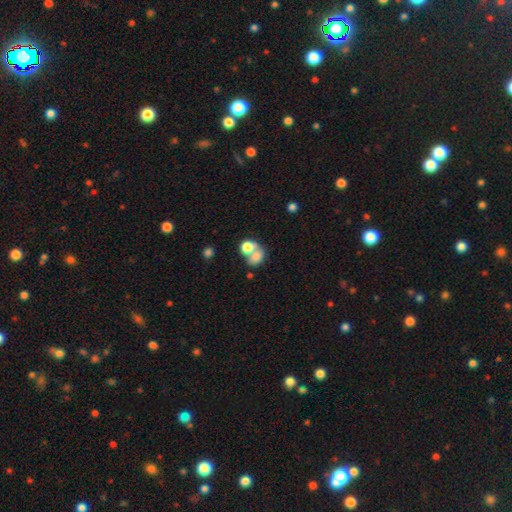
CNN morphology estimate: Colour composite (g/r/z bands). It shows a smooth galaxy with no disk features (73%) that is in between round and cigar-shaped (55%). Merging: merger (56%).